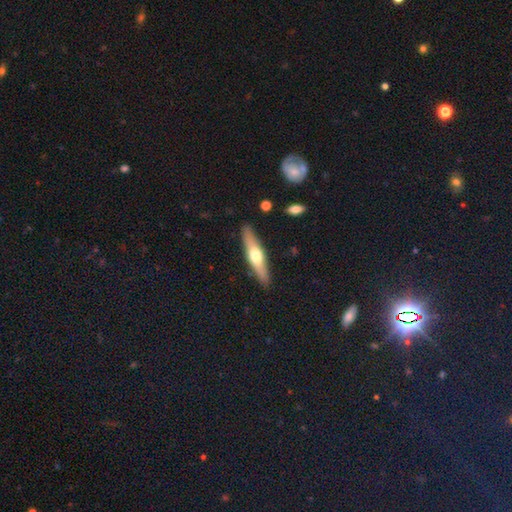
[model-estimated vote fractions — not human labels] Smooth or featured?
  - featured or disk: 53% *
  - smooth: 42%
  - star or artifact: 5%
Edge-on disk?
  - yes: 91% *
  - no: 9%
Merging?
  - none: 88% *
  - minor disturbance: 9%
  - major disturbance: 2%
  - merger: 2%